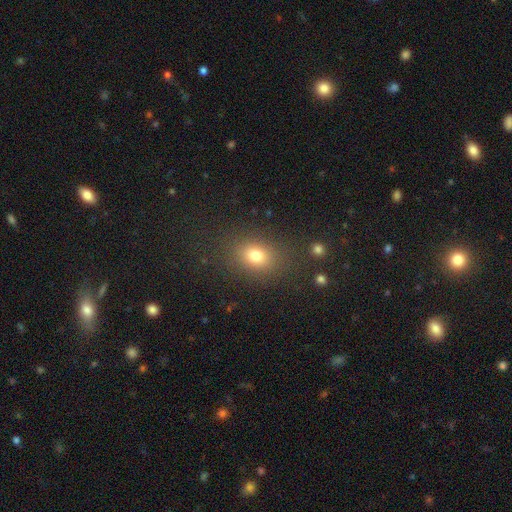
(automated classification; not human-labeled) The model was most divided on "how rounded": in between: 61%, round: 37%, cigar-shaped: 2%. More confident: merging — none (83%); smooth or featured — smooth (78%).